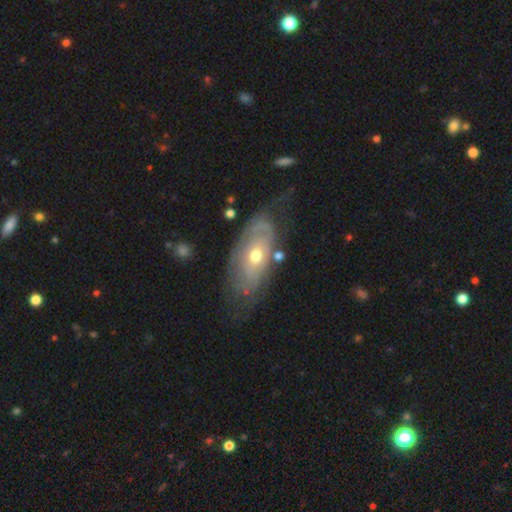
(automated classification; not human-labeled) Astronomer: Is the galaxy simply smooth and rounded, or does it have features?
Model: featured or disk — 69%.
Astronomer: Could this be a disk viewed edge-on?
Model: no — 89%.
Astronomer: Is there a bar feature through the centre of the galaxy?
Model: no — 83%.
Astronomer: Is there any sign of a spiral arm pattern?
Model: yes — 64%.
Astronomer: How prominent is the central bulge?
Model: moderate — 67%.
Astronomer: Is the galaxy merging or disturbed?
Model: none — 58%.